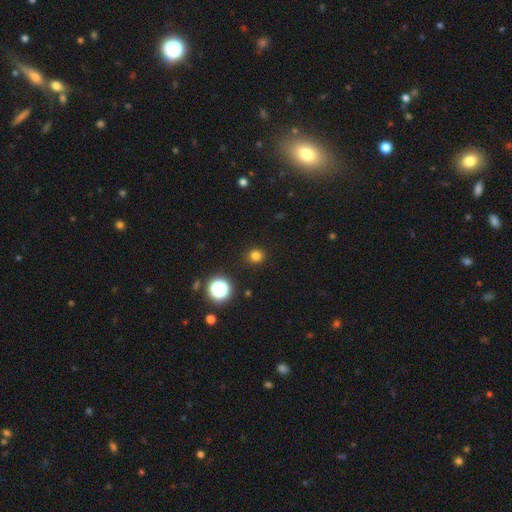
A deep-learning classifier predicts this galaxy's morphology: smooth_or_featured: smooth (p=0.78) [alt: star or artifact p=0.18]
how_rounded: round (p=0.90) [alt: in between p=0.09]
merging: none (p=0.89) [alt: minor disturbance p=0.07]